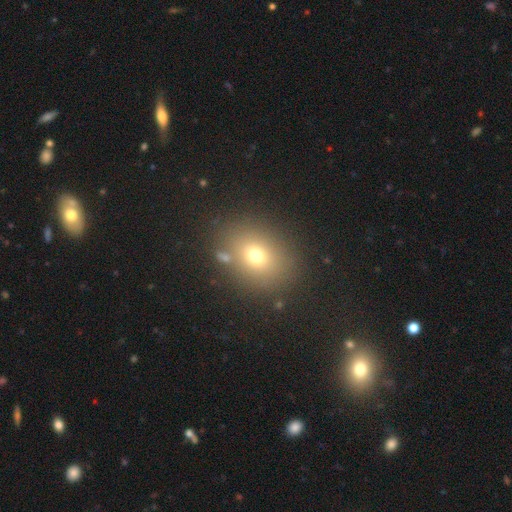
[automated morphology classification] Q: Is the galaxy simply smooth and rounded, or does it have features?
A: smooth — 69%.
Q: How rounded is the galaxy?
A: round — 54%.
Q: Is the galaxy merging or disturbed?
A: none — 80%.